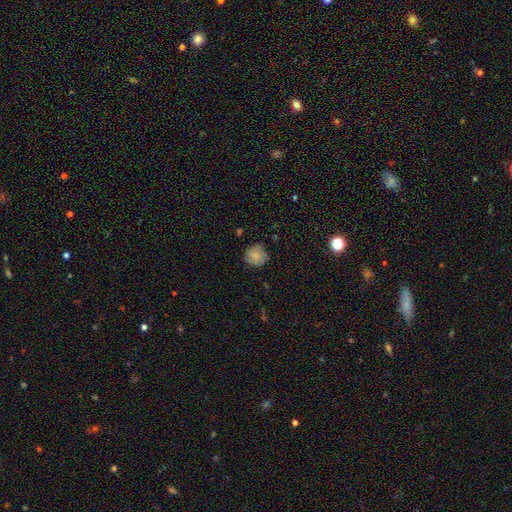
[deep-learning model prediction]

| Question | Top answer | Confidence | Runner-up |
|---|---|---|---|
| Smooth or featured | smooth | 78% | featured or disk (13%) |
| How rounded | round | 87% | in between (12%) |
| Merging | none | 77% | minor disturbance (18%) |